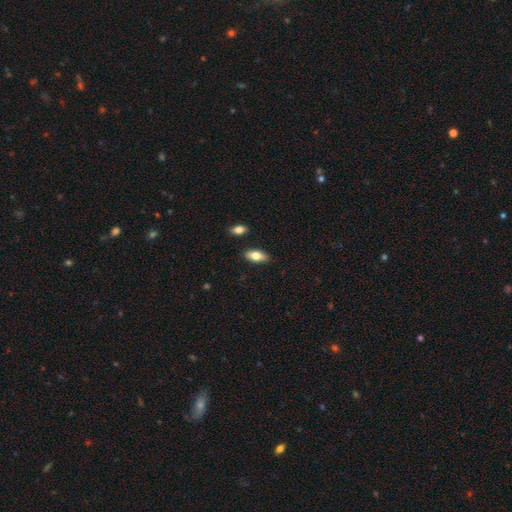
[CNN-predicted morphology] smooth 76%, featured or disk 17%, star or artifact 7%. Down the decision tree: how rounded — in between (87%); merging — none (85%).